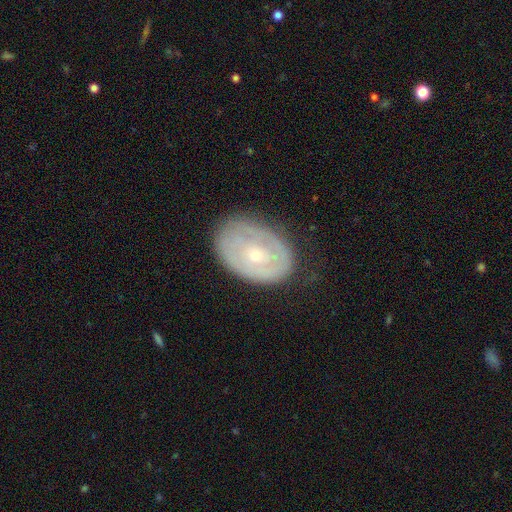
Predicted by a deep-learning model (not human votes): Q: Smooth or featured?
A: featured or disk (58%); runner-up: smooth (35%)
Q: Edge-on disk?
A: no (94%); runner-up: yes (6%)
Q: Bar?
A: no (81%); runner-up: weak (16%)
Q: Spiral arms?
A: no (56%); runner-up: yes (44%)
Q: Bulge size?
A: small (67%); runner-up: moderate (30%)
Q: Merging?
A: none (72%); runner-up: minor disturbance (20%)